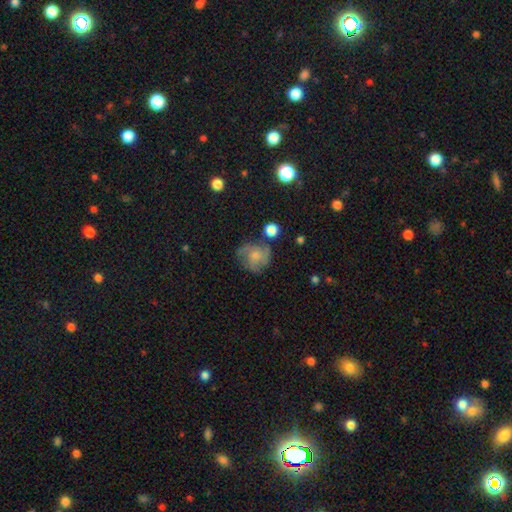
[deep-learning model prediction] Morphology: type=smooth (46%); merging=none (55%).